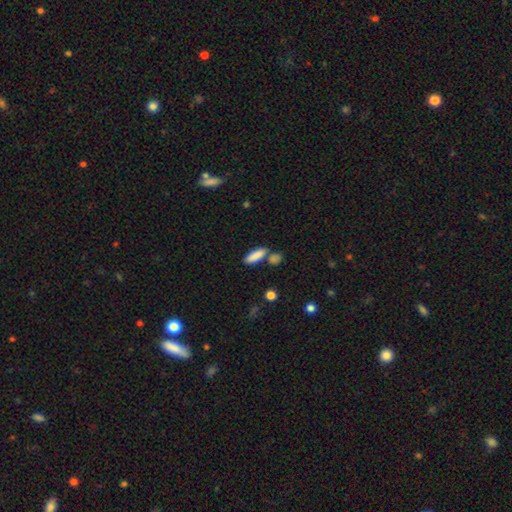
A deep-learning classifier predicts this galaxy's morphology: A smooth galaxy with no disk features (86%) that is cigar-shaped (50%). Merging: none (67%).